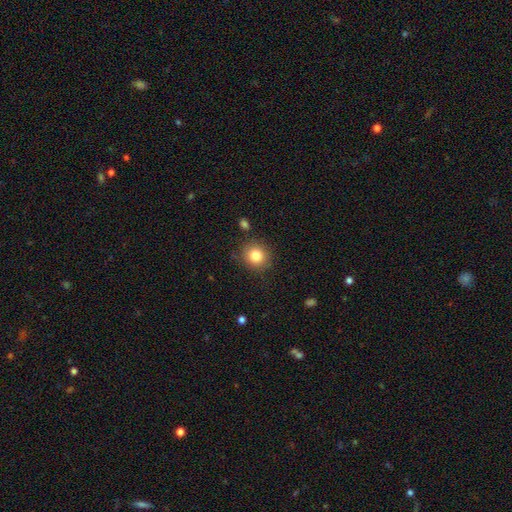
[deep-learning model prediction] A smooth galaxy with no disk features (82%) that is round (88%). Merging: none (86%).